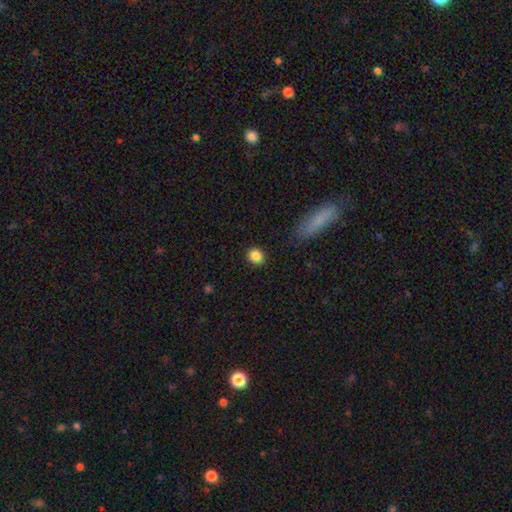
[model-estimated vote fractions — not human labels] A smooth galaxy with no disk features (86%) that is round (79%).

Vote fractions:
- Smooth or featured? smooth: 86% / star or artifact: 10% / featured or disk: 5%
- How rounded? round: 79% / in between: 20% / cigar-shaped: 1%
- Merging? none: 90% / minor disturbance: 7% / major disturbance: 2% / merger: 1%